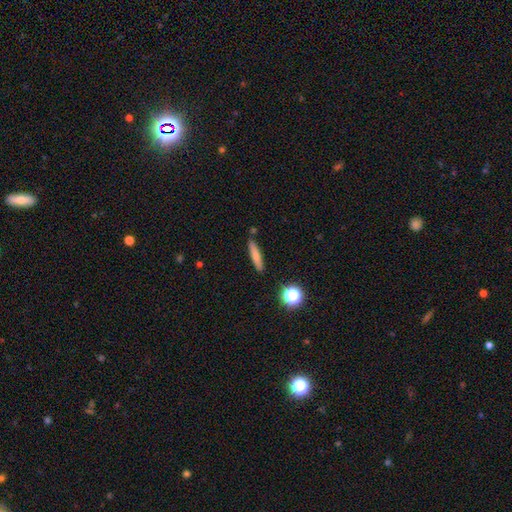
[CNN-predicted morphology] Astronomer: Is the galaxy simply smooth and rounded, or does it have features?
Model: smooth — 70%.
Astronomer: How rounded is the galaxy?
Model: cigar-shaped — 87%.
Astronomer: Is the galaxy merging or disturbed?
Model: none — 83%.